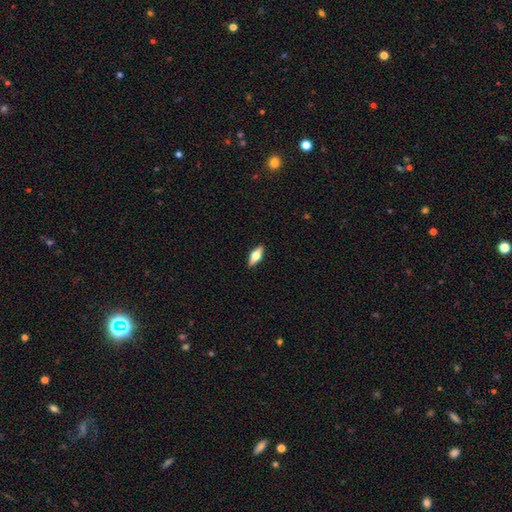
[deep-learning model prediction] smooth 48%, featured or disk 45%, star or artifact 6%. Down the decision tree: merging — none (90%).